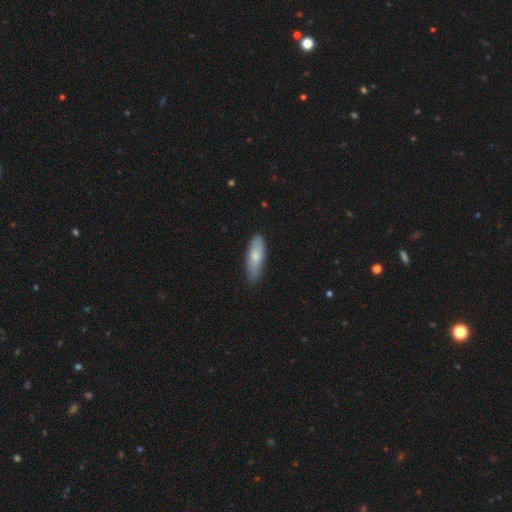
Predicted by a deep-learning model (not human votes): This appears to be a smooth galaxy with no disk features (73%) that is in between round and cigar-shaped (52%). Merging: none (81%).